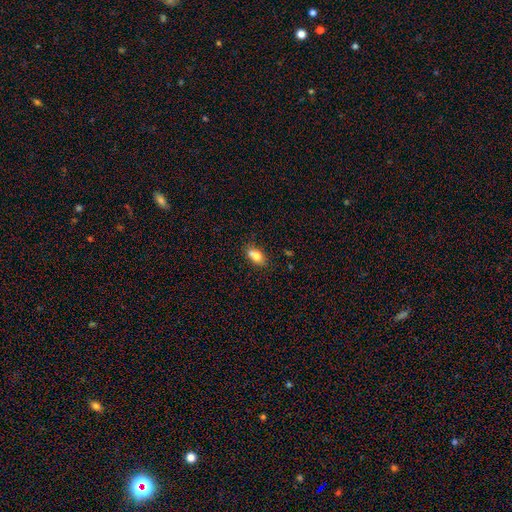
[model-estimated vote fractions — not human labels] smooth_or_featured: smooth (p=0.79) [alt: featured or disk p=0.11]
how_rounded: in between (p=0.84) [alt: round p=0.08]
merging: none (p=0.59) [alt: minor disturbance p=0.20]